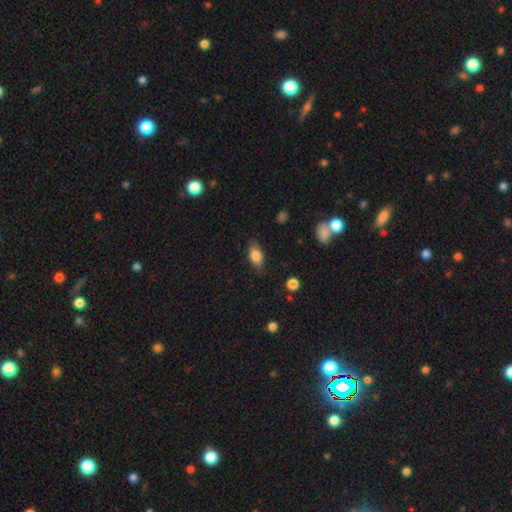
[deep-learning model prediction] Smooth or featured? smooth (81%)
How rounded? in between (87%)
Merging? none (77%)